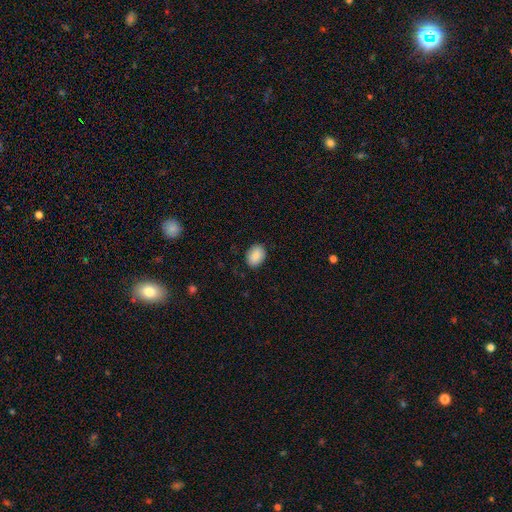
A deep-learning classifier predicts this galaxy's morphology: smooth 89%, star or artifact 7%, featured or disk 4%. Down the decision tree: how rounded — in between (73%); merging — none (87%).